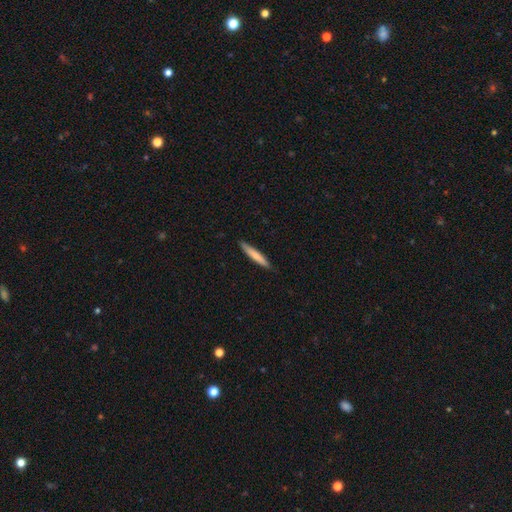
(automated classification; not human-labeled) Morphology: type=smooth (72%); roundness=cigar-shaped (94%); merging=none (89%).